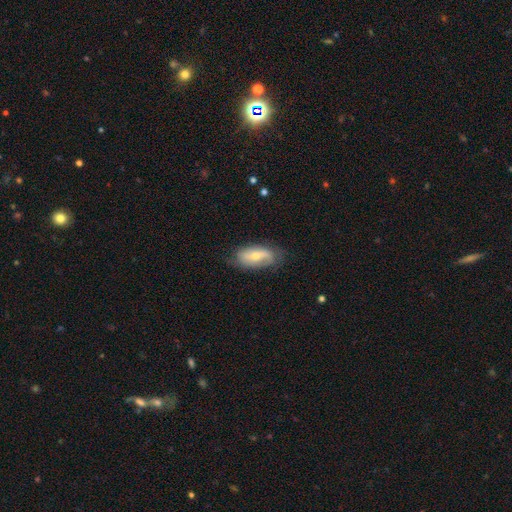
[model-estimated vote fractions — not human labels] Smooth or featured? Predicted: featured or disk (p=0.53). Edge-on disk? Predicted: no (p=0.90). Merging? Predicted: none (p=0.68).